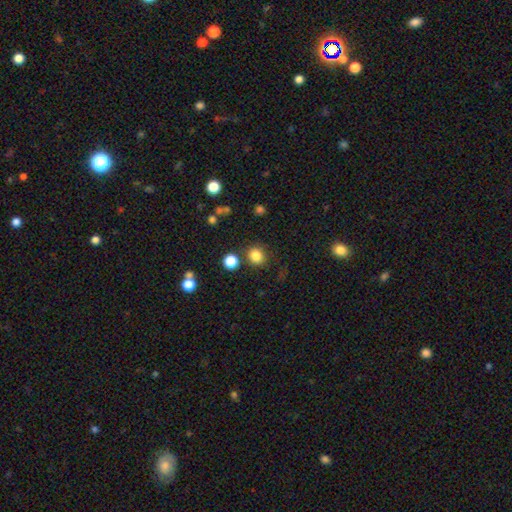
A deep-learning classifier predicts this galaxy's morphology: The model was most divided on "how rounded": round: 84%, in between: 15%, cigar-shaped: 1%. More confident: smooth or featured — smooth (83%); merging — none (82%).